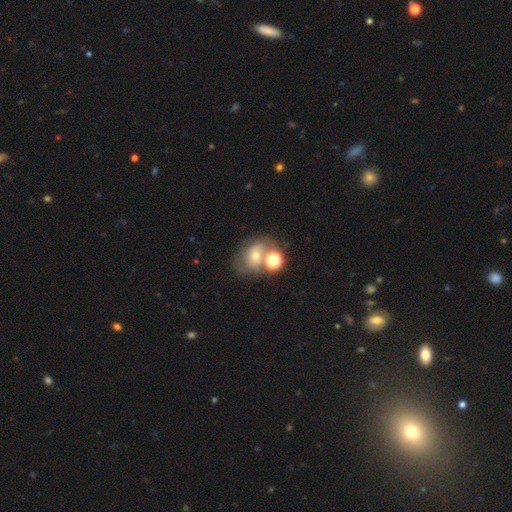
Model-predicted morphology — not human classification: A smooth galaxy with no disk features (47%).

Vote fractions:
- Smooth or featured? smooth: 47% / featured or disk: 36% / star or artifact: 17%
- Merging? none: 43% / merger: 31% / minor disturbance: 16% / major disturbance: 10%